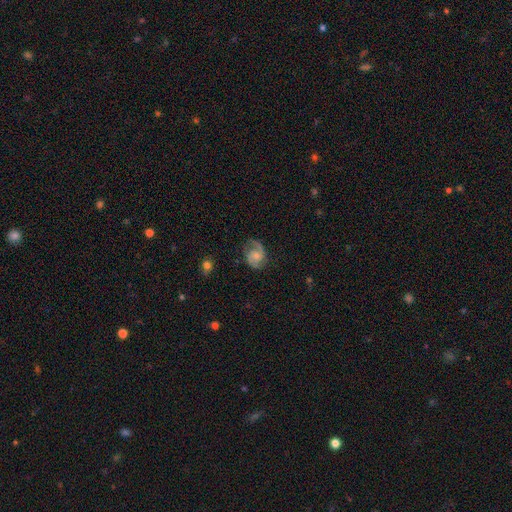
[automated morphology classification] This is likely a featured or disk galaxy (78%). It is clearly not viewed edge-on (98%). Bar: likely no (61%). Spiral arm pattern: clearly yes (95%). Spiral arm count: clearly 2 (83%). Spiral winding: possibly medium (51%). Central bulge: marginally small (43%). Merging: likely none (70%).